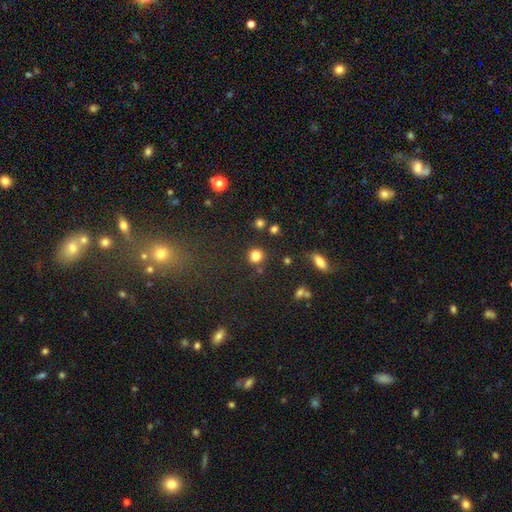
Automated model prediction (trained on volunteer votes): Q: Smooth or featured?
A: smooth (82%); runner-up: star or artifact (13%)
Q: How rounded?
A: round (88%); runner-up: in between (11%)
Q: Merging?
A: none (82%); runner-up: minor disturbance (8%)